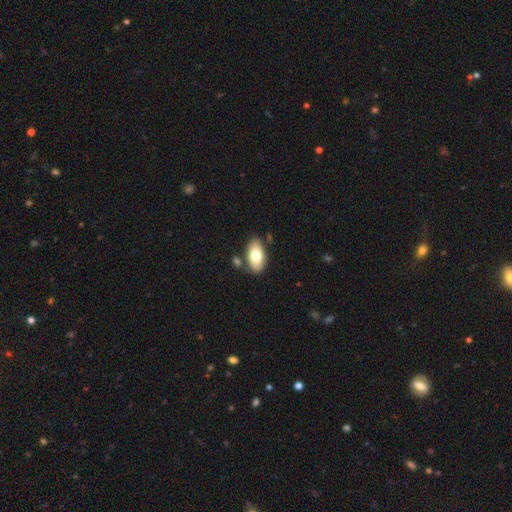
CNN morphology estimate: Smooth or featured? smooth (75%)
How rounded? in between (93%)
Merging? none (77%)